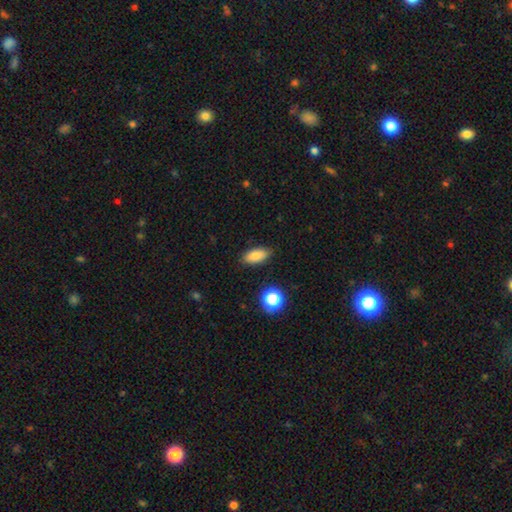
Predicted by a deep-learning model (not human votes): Smooth or featured? Predicted: smooth (p=0.84). How rounded? Predicted: in between (p=0.86). Merging? Predicted: none (p=0.87).